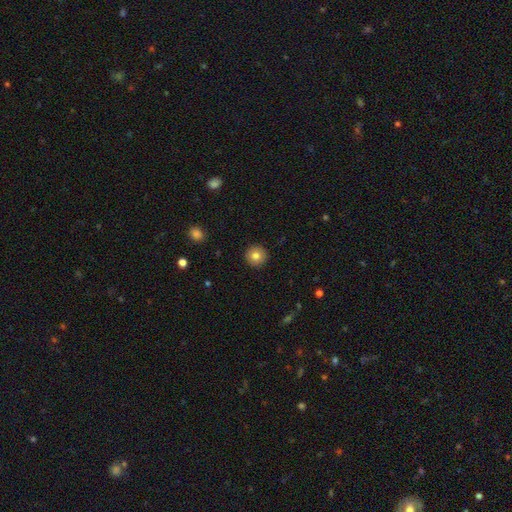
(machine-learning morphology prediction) Smooth or featured: smooth — 81% (featured or disk — 10%)
How rounded: round — 96% (in between — 4%)
Merging: none — 92% (minor disturbance — 5%)